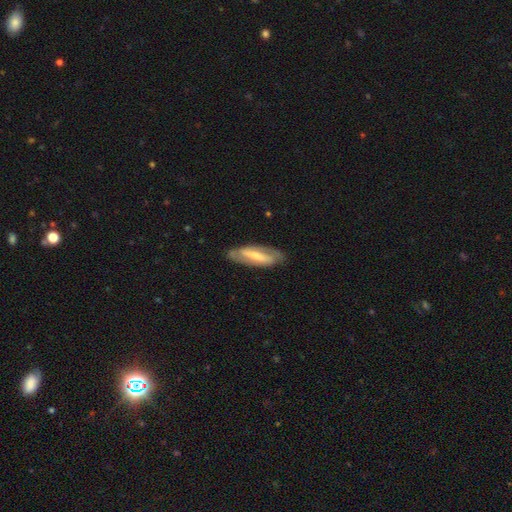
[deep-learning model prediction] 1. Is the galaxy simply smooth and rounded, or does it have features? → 62% featured or disk, 32% smooth, 6% star or artifact.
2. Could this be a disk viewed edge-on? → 77% no, 23% yes.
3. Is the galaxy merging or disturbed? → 79% none, 15% minor disturbance, 5% major disturbance, 1% merger.